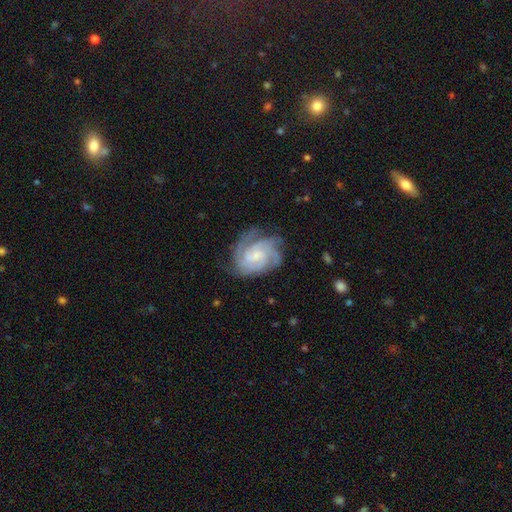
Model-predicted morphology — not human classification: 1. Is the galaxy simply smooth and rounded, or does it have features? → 89% featured or disk, 6% smooth, 5% star or artifact.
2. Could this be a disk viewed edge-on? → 98% no, 2% yes.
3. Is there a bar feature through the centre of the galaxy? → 49% no, 42% weak, 9% strong.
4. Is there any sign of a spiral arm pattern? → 98% yes, 2% no.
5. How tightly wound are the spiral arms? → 67% tight, 29% medium, 4% loose.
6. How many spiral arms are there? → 38% 3, 21% 4, 15% can't tell, 15% 2, 6% more than 4, 6% 1.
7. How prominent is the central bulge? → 57% small, 26% moderate, 14% none, 2% large, 1% dominant.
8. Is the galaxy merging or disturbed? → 73% none, 19% minor disturbance, 7% major disturbance, 1% merger.